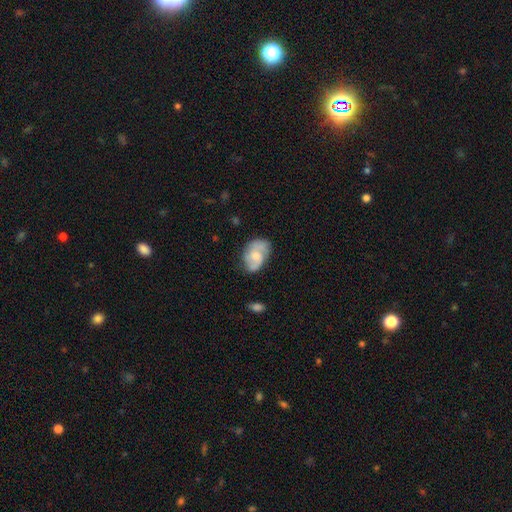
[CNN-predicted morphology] smooth-or-featured: featured or disk: 58% | smooth: 36% | star or artifact: 6%
  disk-edge-on: no: 97% | yes: 3%
    bar: no: 61% | weak: 34% | strong: 5%
    has-spiral-arms: yes: 86% | no: 14%
    bulge-size: moderate: 52% | small: 37% | none: 5% | large: 4% | dominant: 1%
  merging: none: 63% | minor disturbance: 26% | major disturbance: 9% | merger: 2%